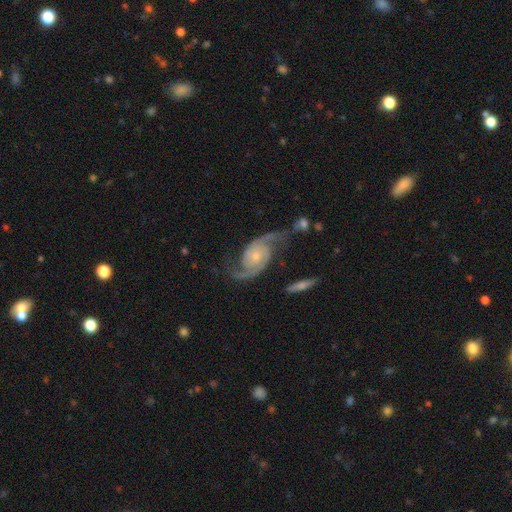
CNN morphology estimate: Overall: featured or disk (91%). Edge-on disk: no (97%). Bar: no (71%). Spiral arms: yes (98%). Spiral arm count: 2 (93%). Spiral winding: medium (44%; loose 39%). Bulge size: small (56%; moderate 36%). Merging: none (59%).